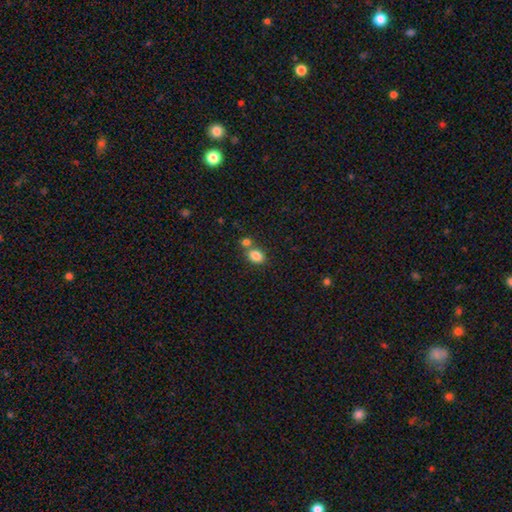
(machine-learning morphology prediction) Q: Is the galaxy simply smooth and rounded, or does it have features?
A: smooth — 83%.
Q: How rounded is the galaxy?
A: in between — 63%.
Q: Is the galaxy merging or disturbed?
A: none — 55%.